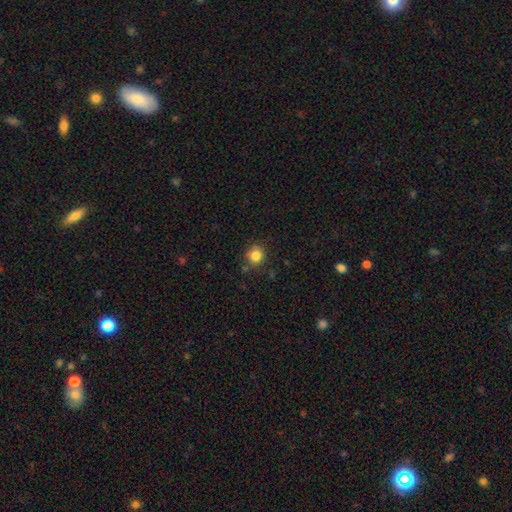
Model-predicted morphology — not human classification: Smooth or featured?
  - smooth: 84% *
  - star or artifact: 11%
  - featured or disk: 5%
How rounded?
  - round: 87% *
  - in between: 12%
  - cigar-shaped: 1%
Merging?
  - none: 79% *
  - minor disturbance: 13%
  - merger: 4%
  - major disturbance: 3%